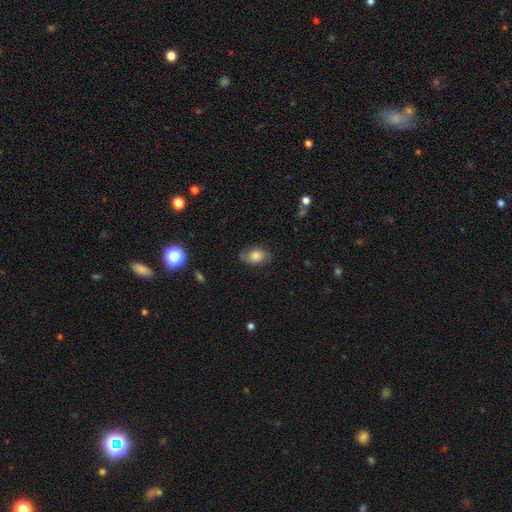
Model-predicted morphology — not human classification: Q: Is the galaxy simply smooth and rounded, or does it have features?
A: smooth — 64%.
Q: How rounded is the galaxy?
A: in between — 83%.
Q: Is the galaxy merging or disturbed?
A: none — 70%.